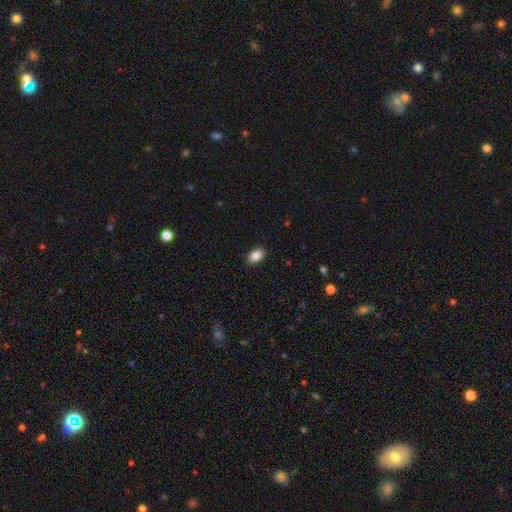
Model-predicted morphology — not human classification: This is clearly a smooth galaxy (88%). How rounded: clearly in between (91%). Merging: clearly none (89%).